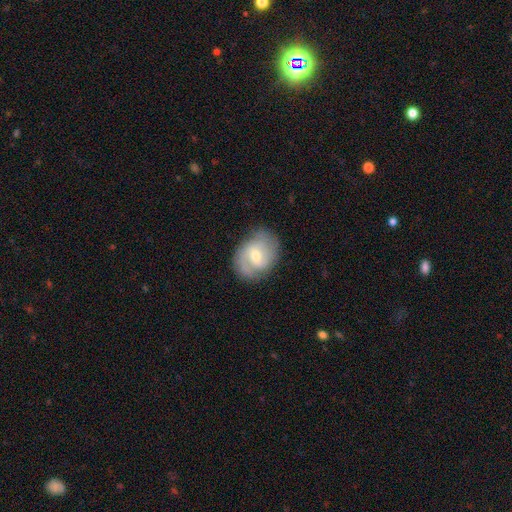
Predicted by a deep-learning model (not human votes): The model was most divided on "bar": weak: 47%, no: 41%, strong: 11%. Remaining: edge-on disk — no (97%); spiral arms — yes (89%); merging — none (75%); smooth or featured — featured or disk (70%); spiral arm count — 2 (65%); bulge size — moderate (55%); spiral winding — medium (44%).